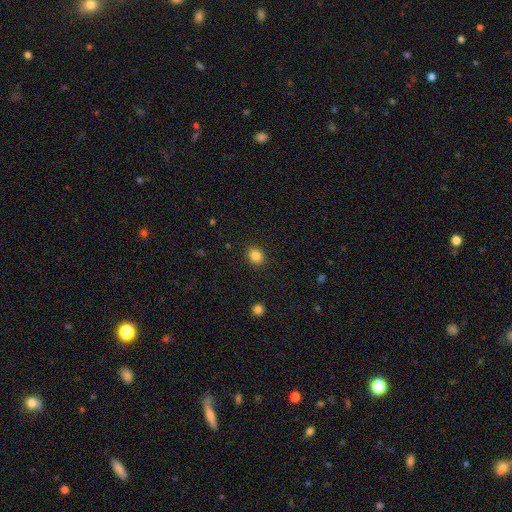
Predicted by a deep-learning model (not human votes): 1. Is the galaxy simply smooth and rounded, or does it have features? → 85% smooth, 11% star or artifact, 4% featured or disk.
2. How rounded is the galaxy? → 58% round, 41% in between, 1% cigar-shaped.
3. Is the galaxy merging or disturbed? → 90% none, 7% minor disturbance, 2% major disturbance, 1% merger.